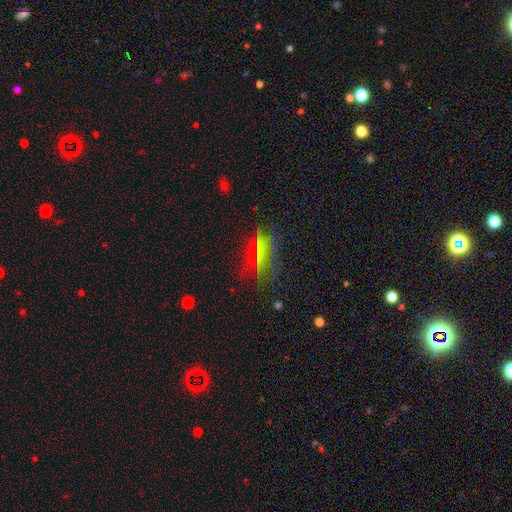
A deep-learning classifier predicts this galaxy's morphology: The model was most divided on "smooth or featured" (2-way tie): smooth: 40%, star or artifact: 40%, featured or disk: 20%. More confident: merging — none (74%).